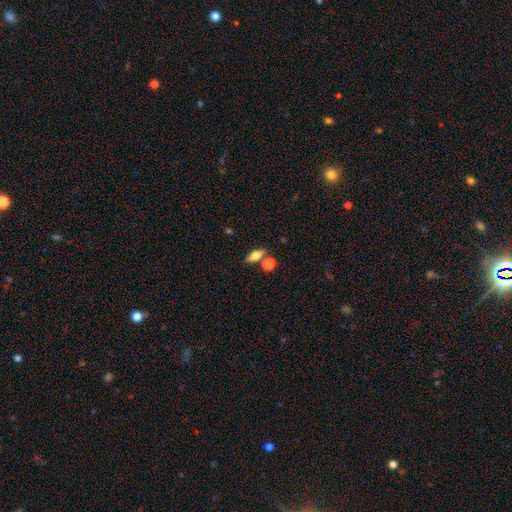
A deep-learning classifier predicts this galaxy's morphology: Overall: smooth (64%; featured or disk 27%). How rounded: in between (70%). Merging: none (67%).